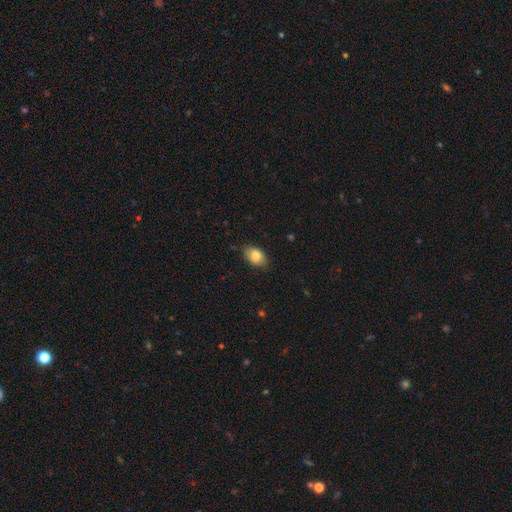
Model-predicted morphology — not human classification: A smooth galaxy with no disk features (83%) that is in between round and cigar-shaped (88%).

Vote fractions:
- Smooth or featured? smooth: 83% / featured or disk: 10% / star or artifact: 7%
- How rounded? in between: 88% / round: 11% / cigar-shaped: 1%
- Merging? none: 81% / minor disturbance: 15% / major disturbance: 3% / merger: 1%